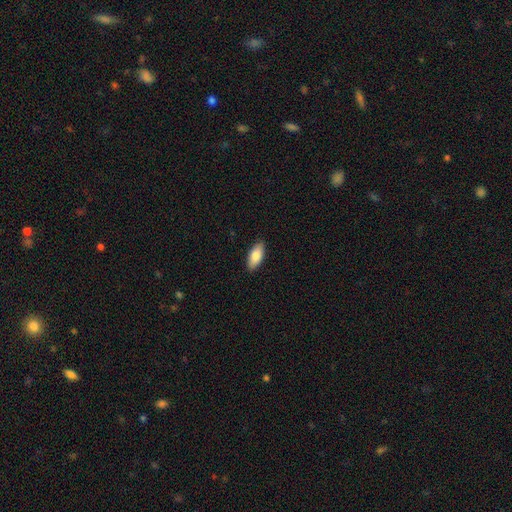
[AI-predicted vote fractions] Overall: smooth (83%). How rounded: in between (87%). Merging: none (89%).